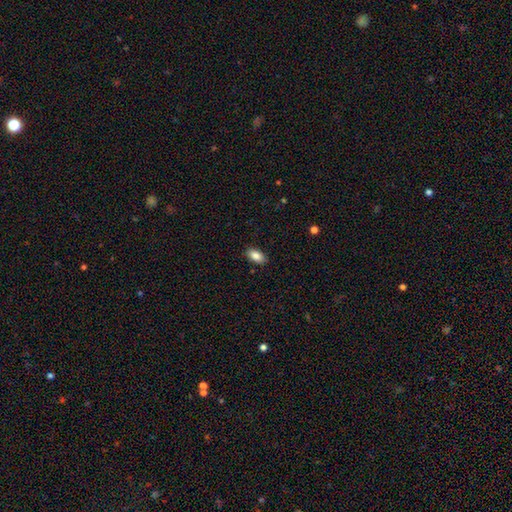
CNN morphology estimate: This appears to be a smooth galaxy with no disk features (86%) that is in between round and cigar-shaped (92%). Merging: none (88%).